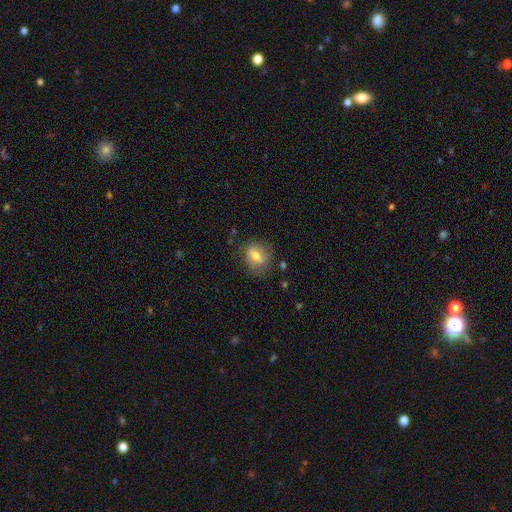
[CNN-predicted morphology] smooth 68%, featured or disk 23%, star or artifact 9%. Down the decision tree: how rounded — round (60%); merging — none (74%).